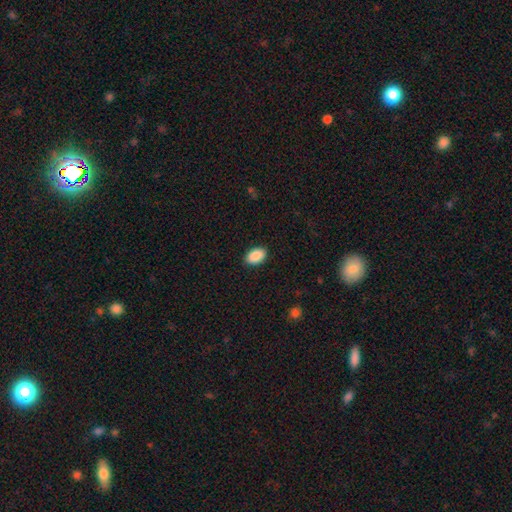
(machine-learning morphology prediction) Smooth or featured? smooth (90%)
How rounded? in between (91%)
Merging? none (90%)